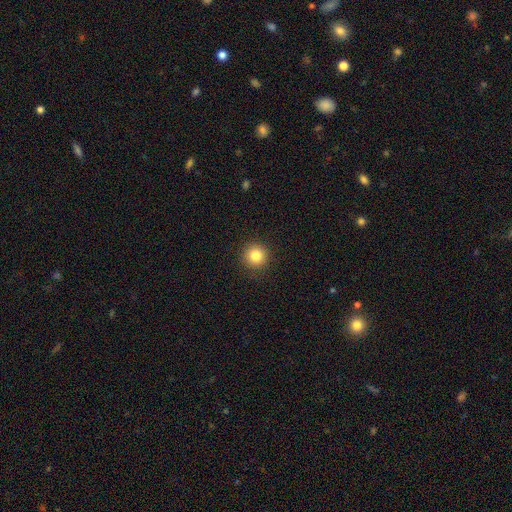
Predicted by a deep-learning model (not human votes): Q: Smooth or featured?
A: smooth (83%); runner-up: star or artifact (11%)
Q: How rounded?
A: round (95%); runner-up: in between (4%)
Q: Merging?
A: none (91%); runner-up: minor disturbance (6%)